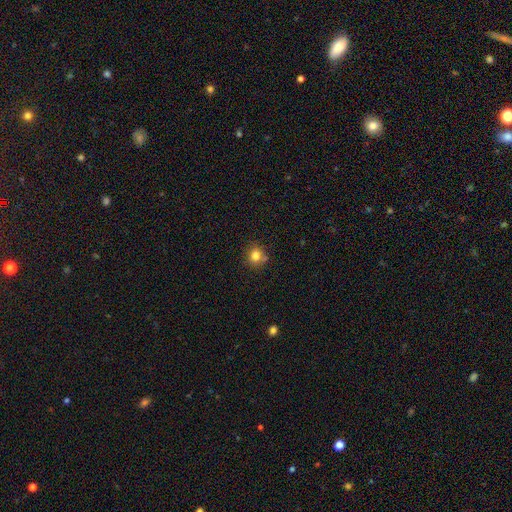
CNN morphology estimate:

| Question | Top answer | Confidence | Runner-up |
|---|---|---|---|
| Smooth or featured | smooth | 81% | star or artifact (12%) |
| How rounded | round | 84% | in between (15%) |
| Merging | none | 75% | minor disturbance (13%) |